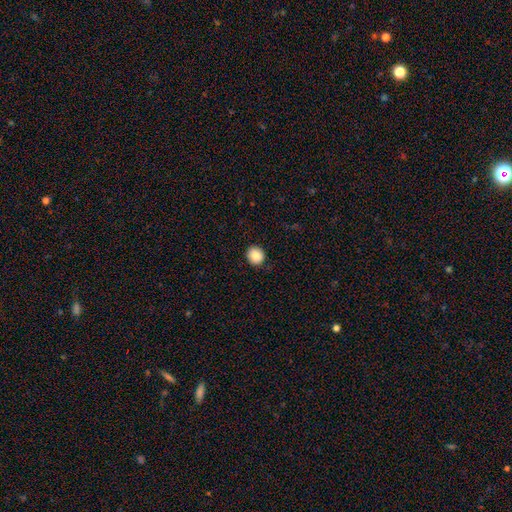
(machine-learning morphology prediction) Smooth or featured?
  - smooth: 88% *
  - star or artifact: 9%
  - featured or disk: 3%
How rounded?
  - round: 86% *
  - in between: 13%
  - cigar-shaped: 1%
Merging?
  - none: 90% *
  - minor disturbance: 7%
  - major disturbance: 2%
  - merger: 1%